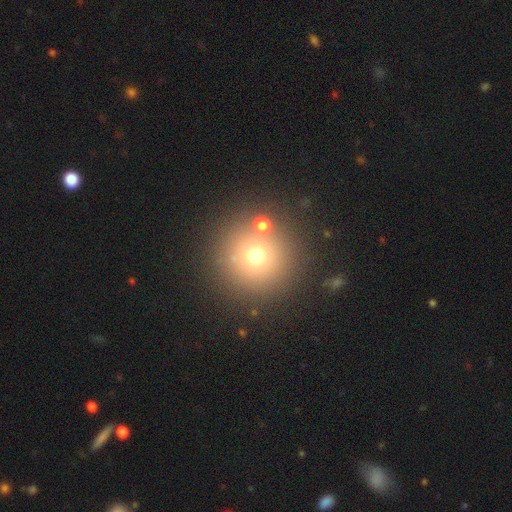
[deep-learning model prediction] This is likely a smooth galaxy (67%). How rounded: clearly round (95%). Merging: likely none (79%).